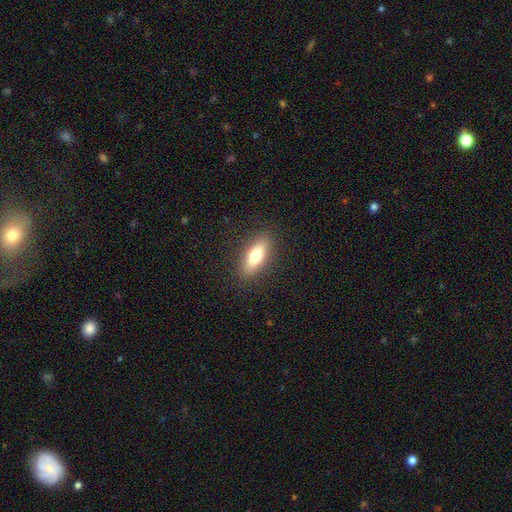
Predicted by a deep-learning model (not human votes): smooth-or-featured: smooth: 71% | featured or disk: 22% | star or artifact: 7%
  how-rounded: in between: 58% | cigar-shaped: 40% | round: 2%
  merging: none: 88% | minor disturbance: 9% | major disturbance: 3% | merger: 1%